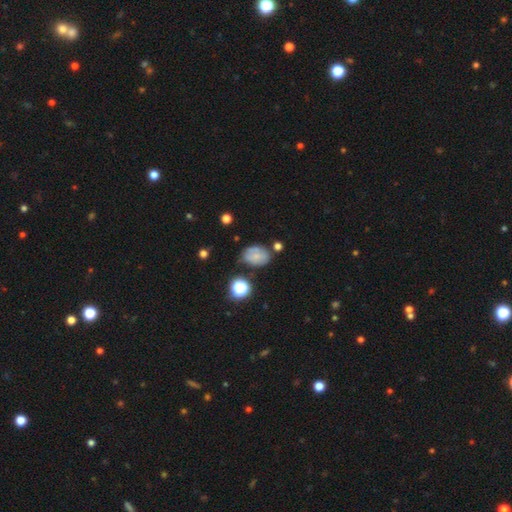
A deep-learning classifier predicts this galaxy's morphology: This appears to be a smooth galaxy with no disk features (58%) that is in between round and cigar-shaped (75%). Merging: none (55%).